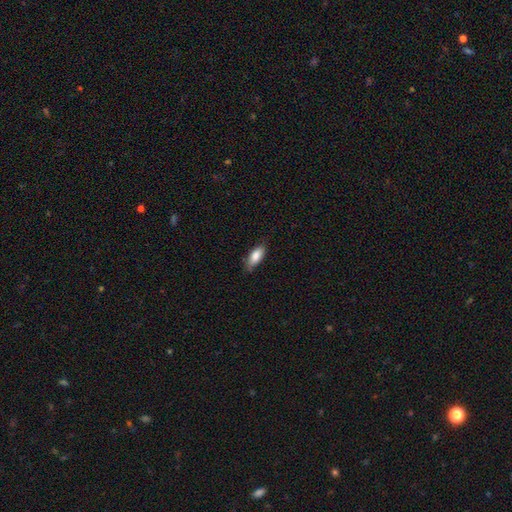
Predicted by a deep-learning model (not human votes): smooth 83%, featured or disk 10%, star or artifact 7%. Down the decision tree: how rounded — in between (82%); merging — none (72%).